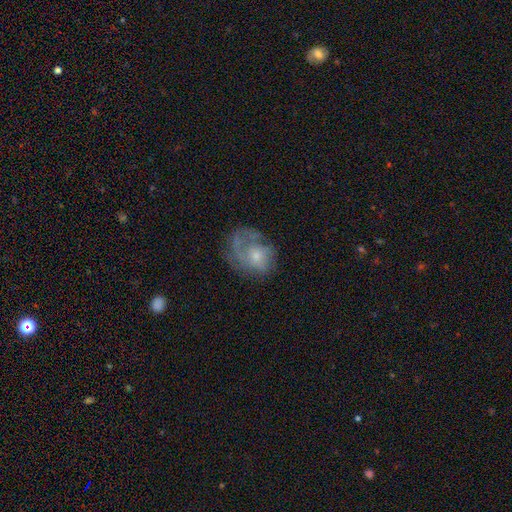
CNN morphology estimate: A featured or disk galaxy (60%) with no bar (82%), spiral arms (72%) and a small central bulge (61%).

Vote fractions:
- Smooth or featured? featured or disk: 60% / smooth: 32% / star or artifact: 9%
- Edge-on disk? no: 97% / yes: 3%
- Bar? no: 82% / weak: 16% / strong: 2%
- Spiral arms? yes: 72% / no: 28%
- Bulge size? small: 61% / moderate: 31% / none: 5% / large: 2% / dominant: 1%
- Merging? none: 49% / major disturbance: 26% / minor disturbance: 24% / merger: 2%